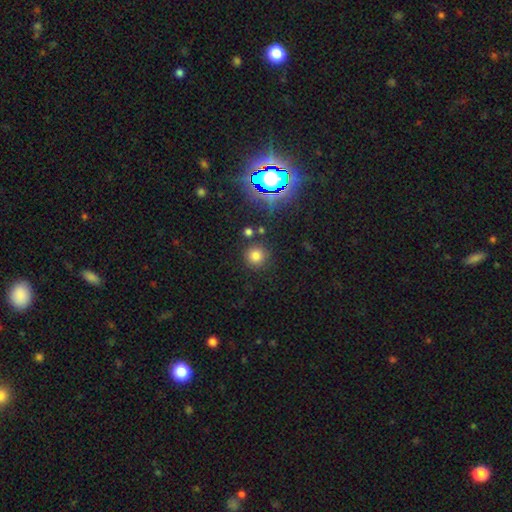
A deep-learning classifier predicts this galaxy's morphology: This appears to be a smooth galaxy with no disk features (75%) that is round (93%). Merging: none (84%).